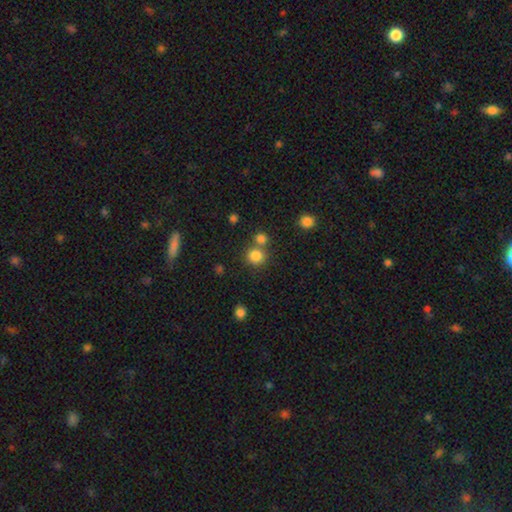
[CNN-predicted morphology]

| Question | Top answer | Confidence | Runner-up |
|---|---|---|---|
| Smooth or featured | smooth | 82% | star or artifact (13%) |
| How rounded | round | 89% | in between (11%) |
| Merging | none | 63% | merger (26%) |